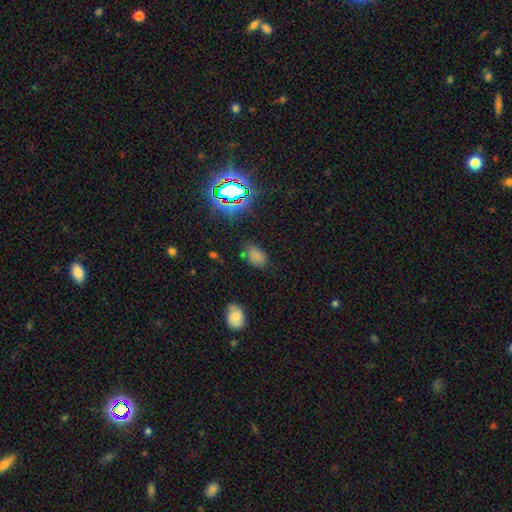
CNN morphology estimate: type=smooth (69%); roundness=in between (86%); merging=none (68%).